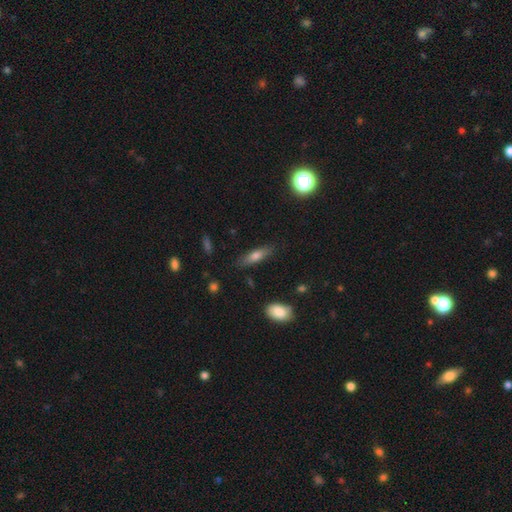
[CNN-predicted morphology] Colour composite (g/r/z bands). It shows a smooth galaxy with no disk features (66%) that is cigar-shaped (54%). Merging: none (82%).